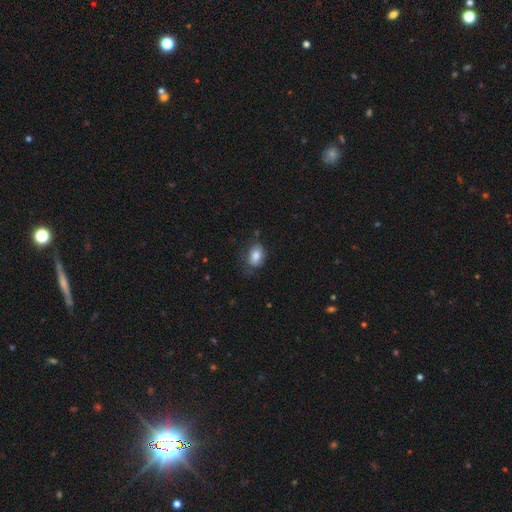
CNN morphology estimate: A smooth galaxy with no disk features (80%) that is in between round and cigar-shaped (81%).

Vote fractions:
- Smooth or featured? smooth: 80% / featured or disk: 12% / star or artifact: 8%
- How rounded? in between: 81% / round: 18% / cigar-shaped: 1%
- Merging? none: 59% / minor disturbance: 28% / major disturbance: 11% / merger: 2%